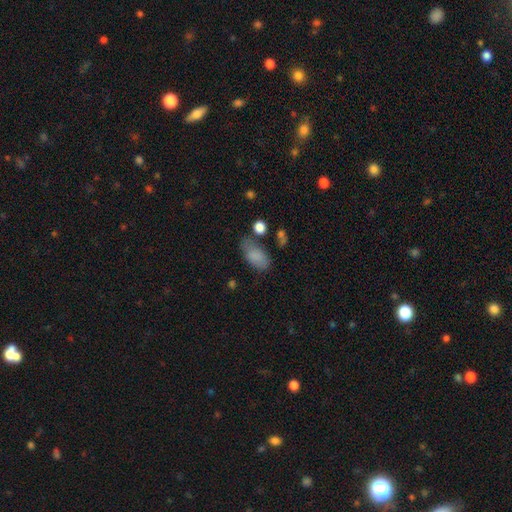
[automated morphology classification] Smooth or featured? Predicted: smooth (p=0.83). How rounded? Predicted: in between (p=0.92). Merging? Predicted: none (p=0.56).